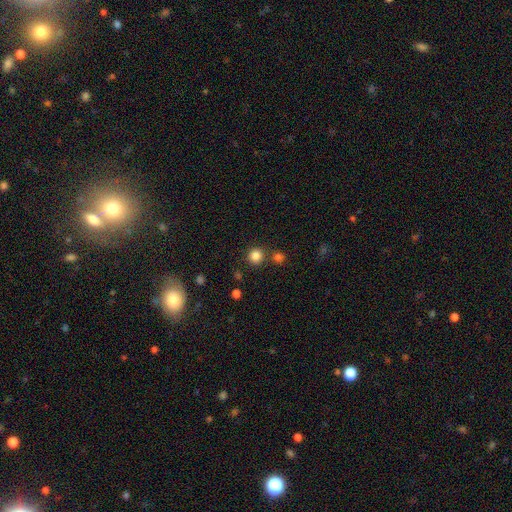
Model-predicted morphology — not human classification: This is clearly a smooth galaxy (83%). How rounded: clearly round (93%). Merging: clearly none (81%).